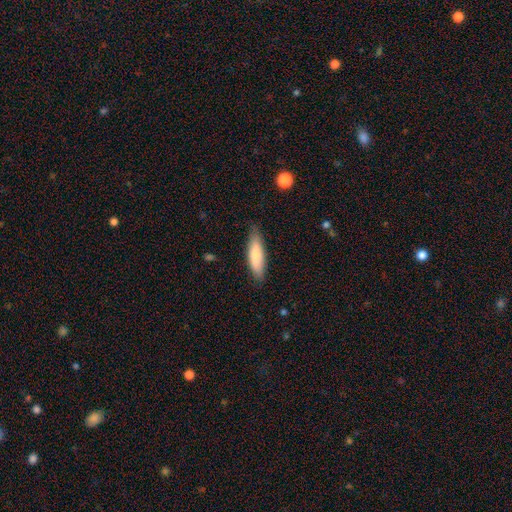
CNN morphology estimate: A smooth galaxy with no disk features (77%) that is cigar-shaped (56%). Merging: none (81%).